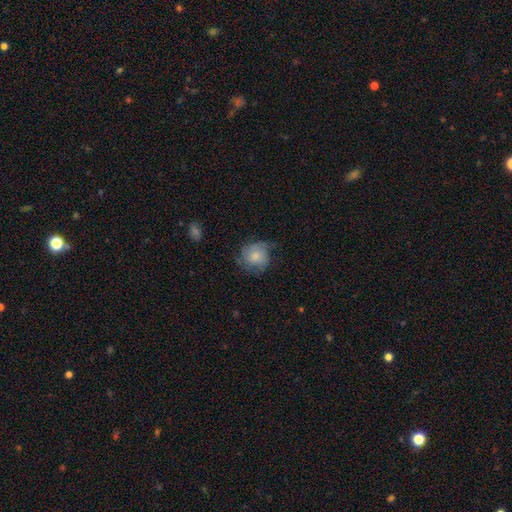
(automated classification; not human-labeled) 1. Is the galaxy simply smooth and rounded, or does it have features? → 60% smooth, 33% featured or disk, 7% star or artifact.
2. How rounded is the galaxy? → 83% round, 16% in between, 1% cigar-shaped.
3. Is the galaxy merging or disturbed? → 52% none, 31% minor disturbance, 16% major disturbance, 2% merger.